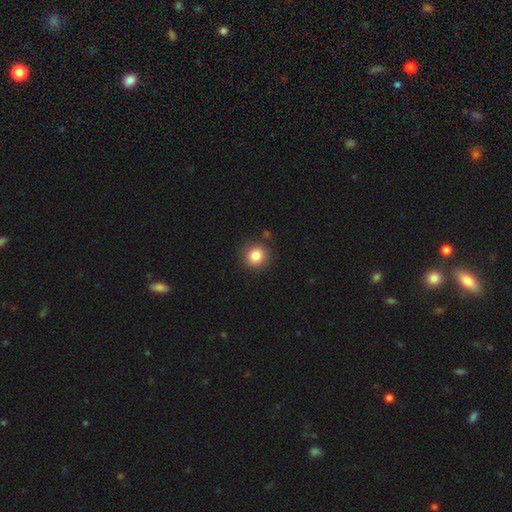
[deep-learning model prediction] Overall: smooth (84%). How rounded: round (90%). Merging: none (88%).